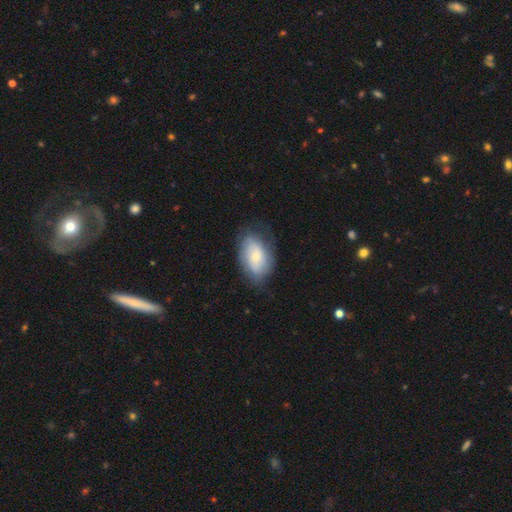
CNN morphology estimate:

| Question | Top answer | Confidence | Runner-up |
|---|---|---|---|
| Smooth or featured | smooth | 50% | featured or disk (43%) |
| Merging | none | 70% | minor disturbance (21%) |